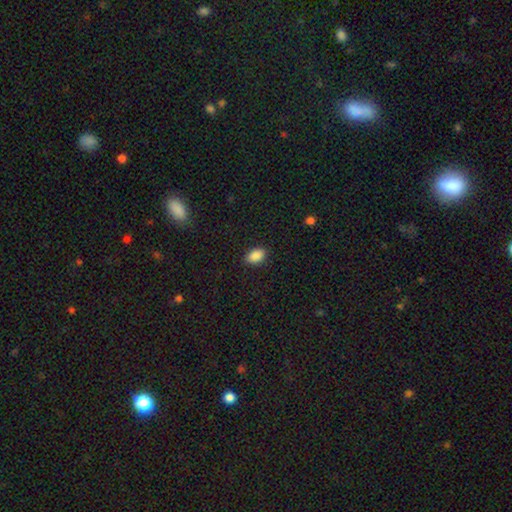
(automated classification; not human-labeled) smooth_or_featured: smooth (p=0.88) [alt: star or artifact p=0.08]
how_rounded: in between (p=0.89) [alt: round p=0.09]
merging: none (p=0.88) [alt: minor disturbance p=0.09]